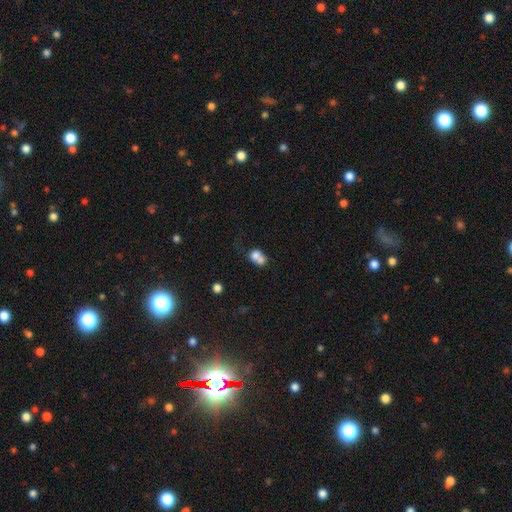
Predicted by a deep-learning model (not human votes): This is likely a smooth galaxy (71%). How rounded: possibly round (57%). Merging: likely merger (64%).